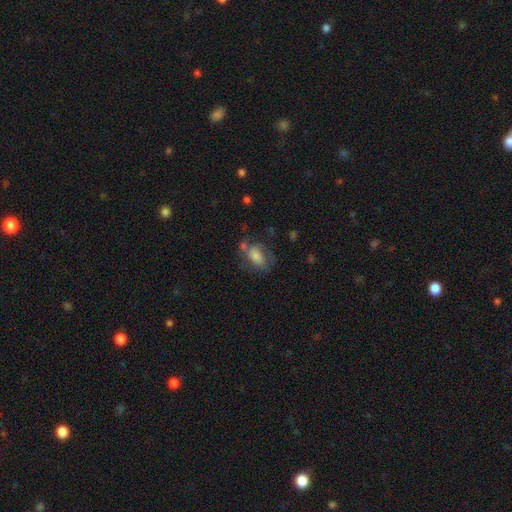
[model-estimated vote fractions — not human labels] Q: Smooth or featured?
A: smooth (56%); runner-up: featured or disk (34%)
Q: How rounded?
A: in between (82%); runner-up: round (14%)
Q: Merging?
A: none (46%); runner-up: minor disturbance (24%)